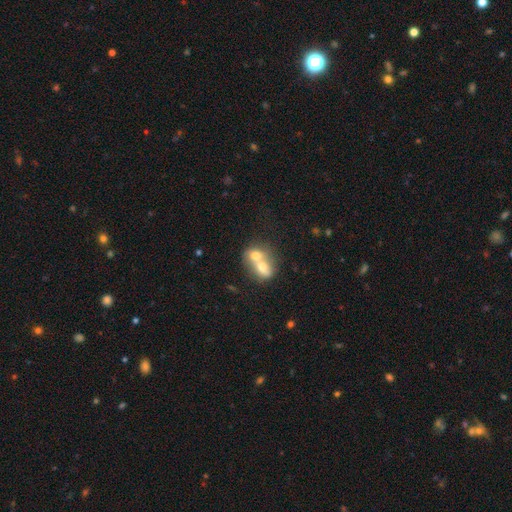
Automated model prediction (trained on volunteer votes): Q: Smooth or featured?
A: smooth (65%); runner-up: featured or disk (27%)
Q: How rounded?
A: in between (55%); runner-up: round (43%)
Q: Merging?
A: merger (78%); runner-up: none (14%)